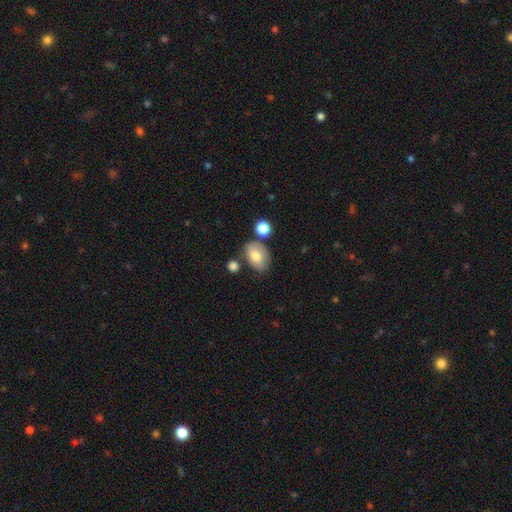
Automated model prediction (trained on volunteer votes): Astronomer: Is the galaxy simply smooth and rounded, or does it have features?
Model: smooth — 75%.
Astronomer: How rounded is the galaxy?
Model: in between — 82%.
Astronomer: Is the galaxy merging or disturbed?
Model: none — 67%.